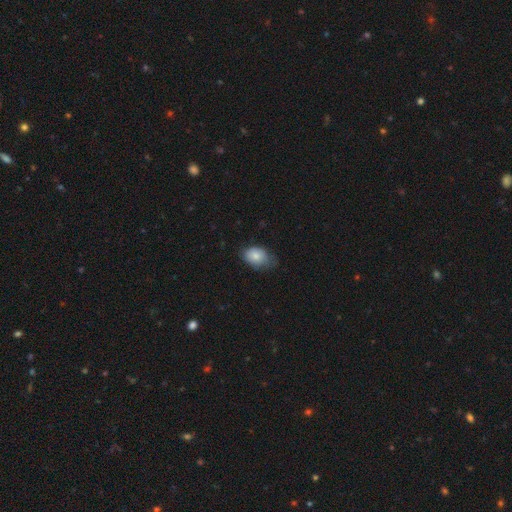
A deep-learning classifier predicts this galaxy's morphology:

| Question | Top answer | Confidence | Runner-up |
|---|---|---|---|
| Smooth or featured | smooth | 81% | featured or disk (12%) |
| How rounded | in between | 78% | round (21%) |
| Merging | none | 53% | minor disturbance (37%) |